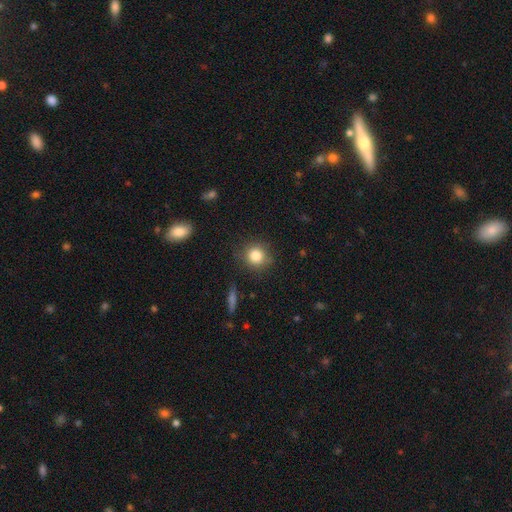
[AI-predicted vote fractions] Morphology: type=smooth (83%); roundness=round (89%); merging=none (84%).